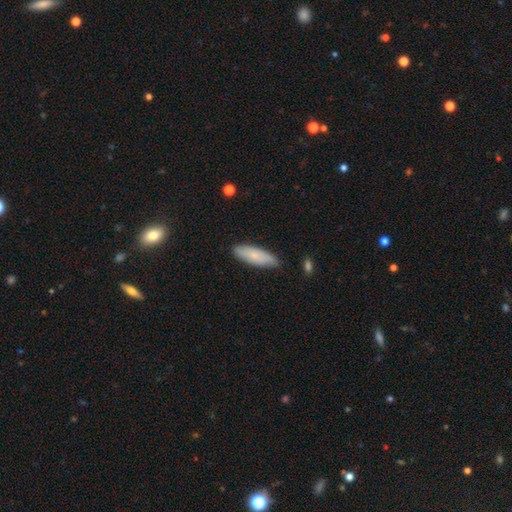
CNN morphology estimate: This appears to be a smooth galaxy with no disk features (77%) that is in between round and cigar-shaped (52%). Merging: none (84%).